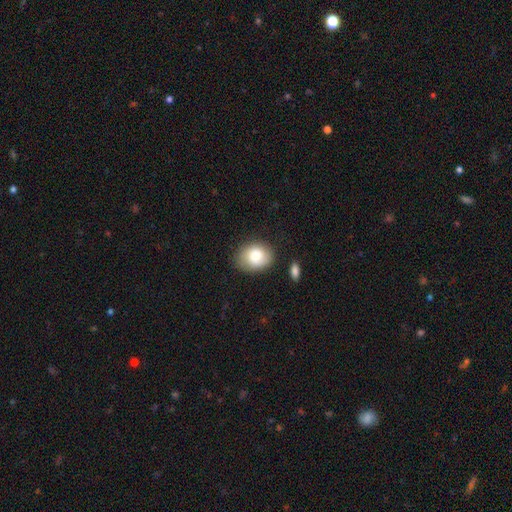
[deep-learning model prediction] A smooth galaxy with no disk features (75%) that is round (52%).

Vote fractions:
- Smooth or featured? smooth: 75% / featured or disk: 18% / star or artifact: 7%
- How rounded? round: 52% / in between: 47% / cigar-shaped: 1%
- Merging? none: 75% / minor disturbance: 18% / major disturbance: 4% / merger: 3%